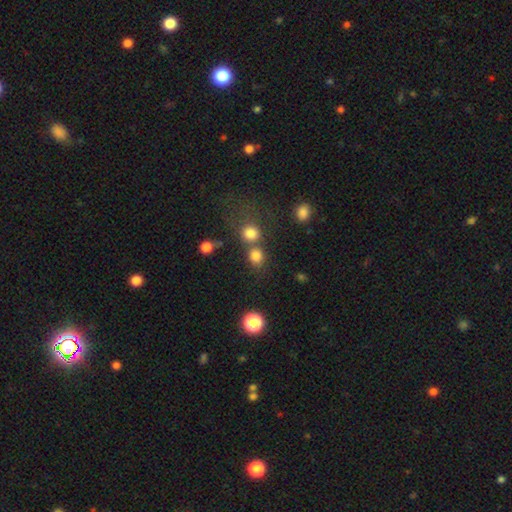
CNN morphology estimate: The model was most divided on "merging": none: 59%, merger: 28%, minor disturbance: 9%, major disturbance: 4%. More confident: smooth or featured — smooth (80%); how rounded — round (78%).